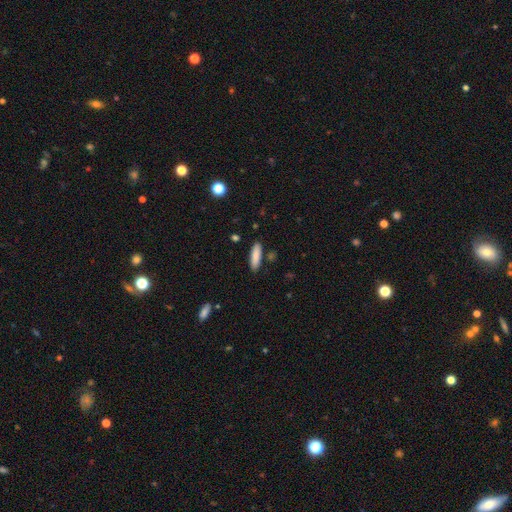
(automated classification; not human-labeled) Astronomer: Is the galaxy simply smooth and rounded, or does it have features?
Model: smooth — 86%.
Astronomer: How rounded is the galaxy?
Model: cigar-shaped — 60% (runner-up: in between, 38%).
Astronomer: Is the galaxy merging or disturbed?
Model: none — 86%.